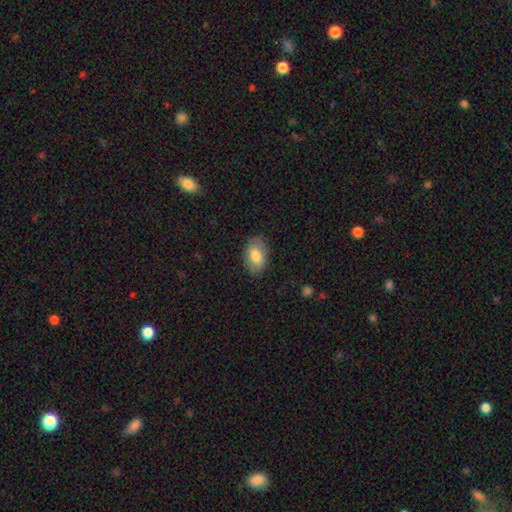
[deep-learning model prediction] Smooth or featured? smooth (76%)
How rounded? in between (90%)
Merging? none (82%)